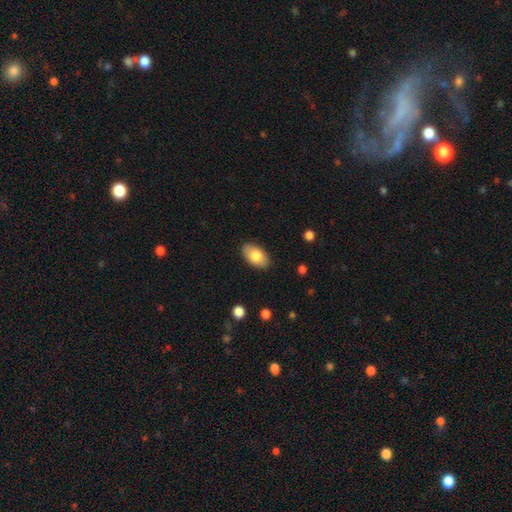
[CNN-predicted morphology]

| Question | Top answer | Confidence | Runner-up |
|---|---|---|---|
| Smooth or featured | smooth | 80% | featured or disk (14%) |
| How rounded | in between | 94% | round (4%) |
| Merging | none | 87% | minor disturbance (10%) |